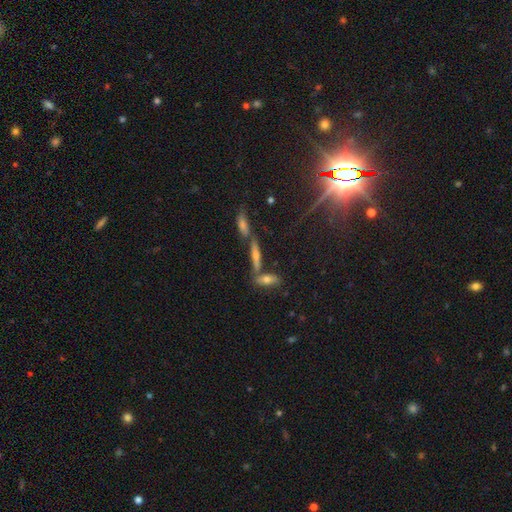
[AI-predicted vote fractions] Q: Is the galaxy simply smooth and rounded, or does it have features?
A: featured or disk — 40%.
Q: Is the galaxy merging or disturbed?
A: none — 46%.